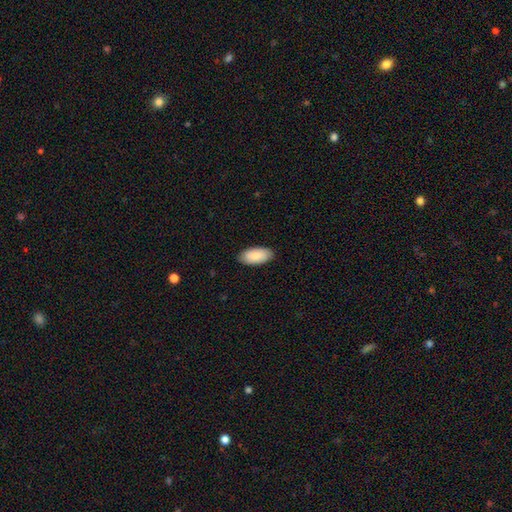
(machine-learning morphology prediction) A smooth galaxy with no disk features (87%) that is in between round and cigar-shaped (94%). Merging: none (88%).